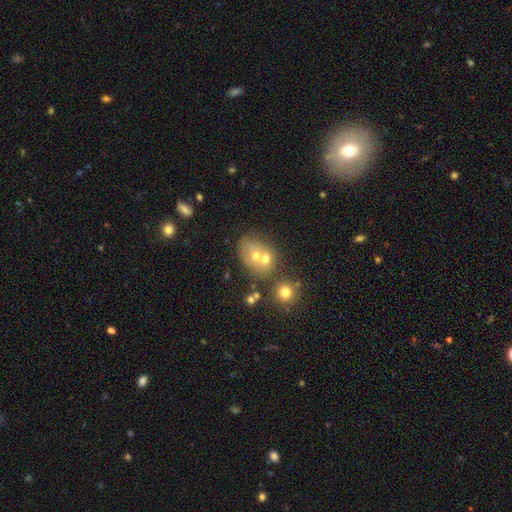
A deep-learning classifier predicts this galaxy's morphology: type=smooth (56%); roundness=in between (51%); merging=merger (56%).